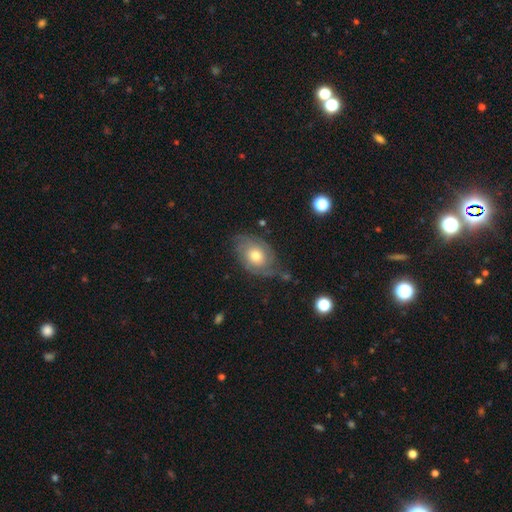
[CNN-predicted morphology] type=featured or disk (65%); edge-on=no (95%); bar=no (81%); spiral arms=yes (86%); winding=tight (52%); arm count=2 (48%); bulge=moderate (69%); merging=none (58%).